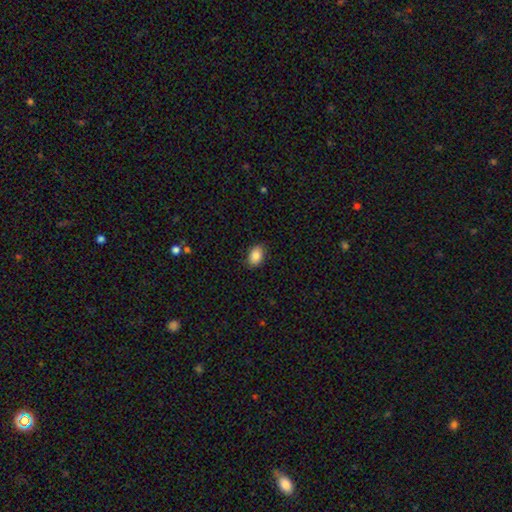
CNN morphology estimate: A smooth galaxy with no disk features (86%) that is in between round and cigar-shaped (84%). Merging: none (85%).